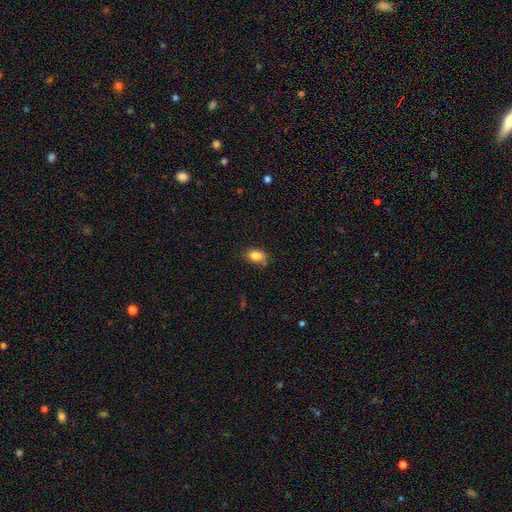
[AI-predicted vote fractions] A smooth galaxy with no disk features (85%) that is in between round and cigar-shaped (87%). Merging: none (72%).